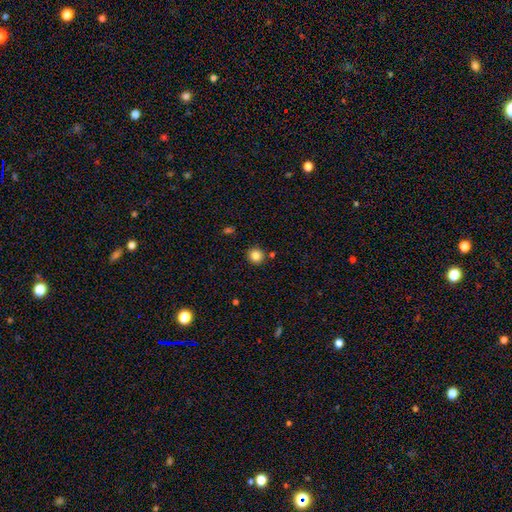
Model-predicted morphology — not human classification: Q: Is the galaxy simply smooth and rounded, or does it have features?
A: smooth — 84%.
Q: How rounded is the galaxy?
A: round — 93%.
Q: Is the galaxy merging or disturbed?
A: none — 87%.